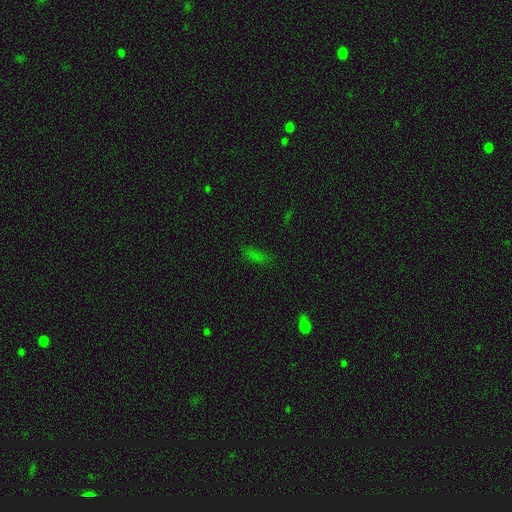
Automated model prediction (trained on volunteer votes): smooth-or-featured: smooth: 63% | star or artifact: 28% | featured or disk: 9%
  how-rounded: in between: 60% | cigar-shaped: 33% | round: 6%
  merging: none: 76% | minor disturbance: 15% | major disturbance: 6% | merger: 3%